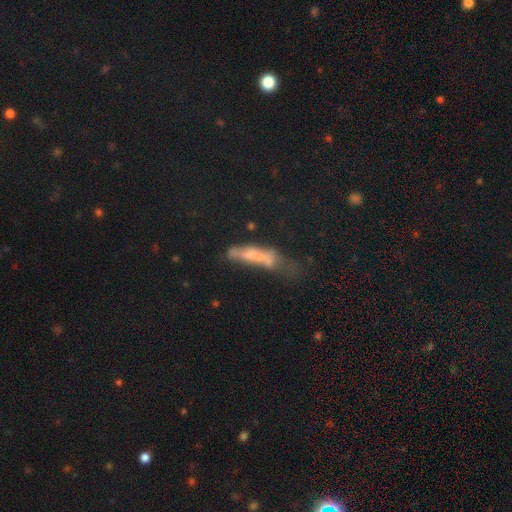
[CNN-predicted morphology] A smooth galaxy with no disk features (52%) that is cigar-shaped (76%). Merging: major disturbance (34%).